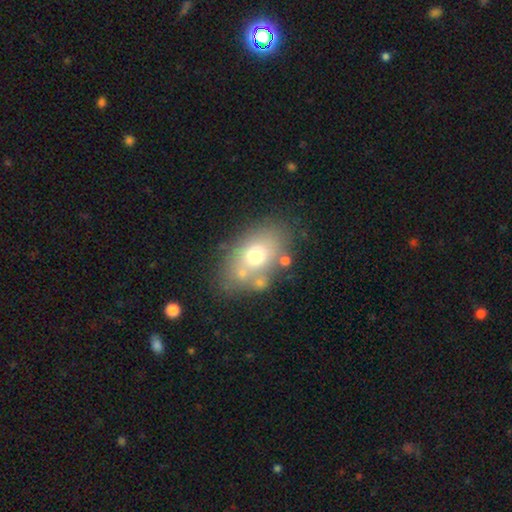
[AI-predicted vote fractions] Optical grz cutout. It shows a smooth galaxy with no disk features (65%) that is in between round and cigar-shaped (78%). Merging: none (67%).